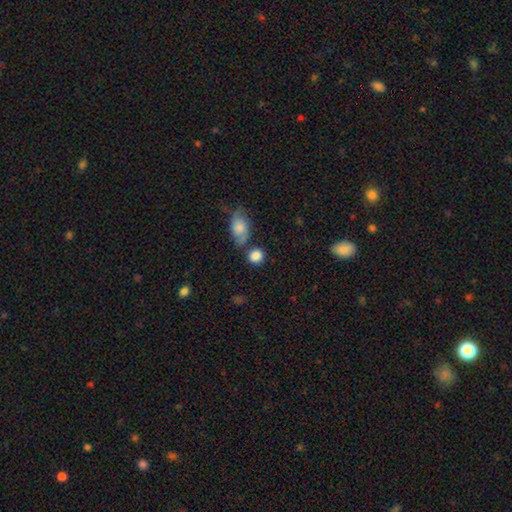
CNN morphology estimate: Smooth or featured? Predicted: smooth (p=0.86). How rounded? Predicted: round (p=0.79). Merging? Predicted: none (p=0.68).